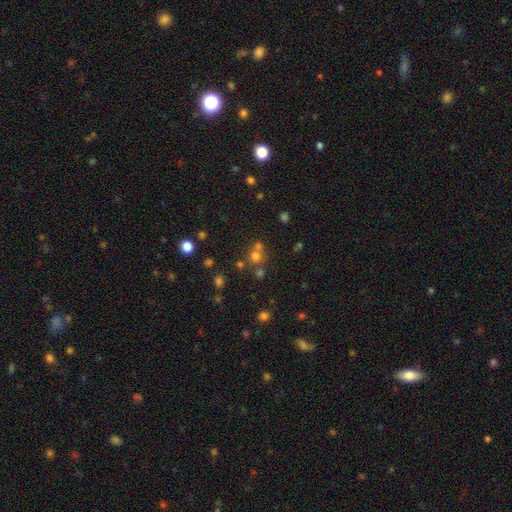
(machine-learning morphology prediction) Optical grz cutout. It shows a smooth galaxy with no disk features (59%) that is round (89%). Merging: none (58%).